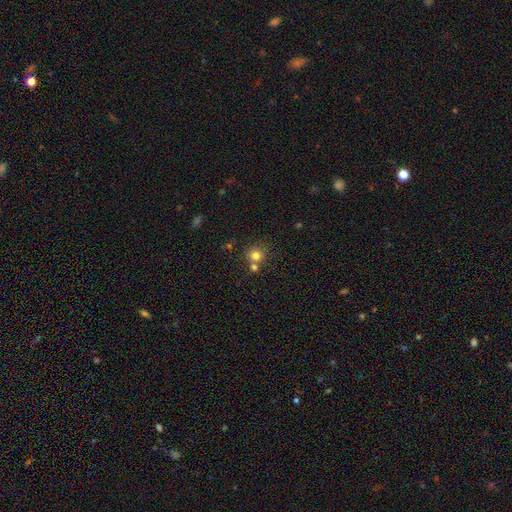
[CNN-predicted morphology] Smooth or featured? Predicted: smooth (p=0.79). How rounded? Predicted: round (p=0.90). Merging? Predicted: none (p=0.65).